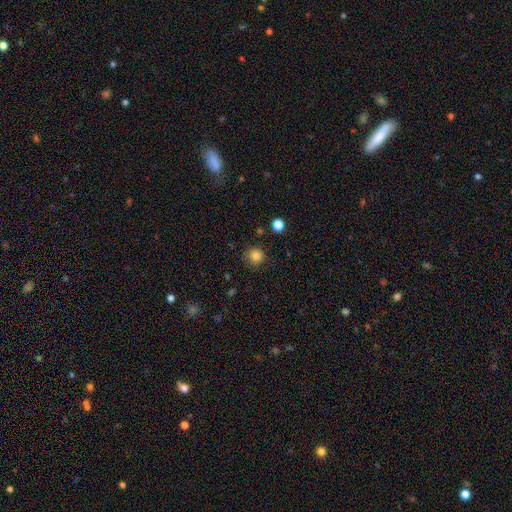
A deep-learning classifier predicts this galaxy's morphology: This is clearly a smooth galaxy (85%). How rounded: clearly round (91%). Merging: clearly none (82%).